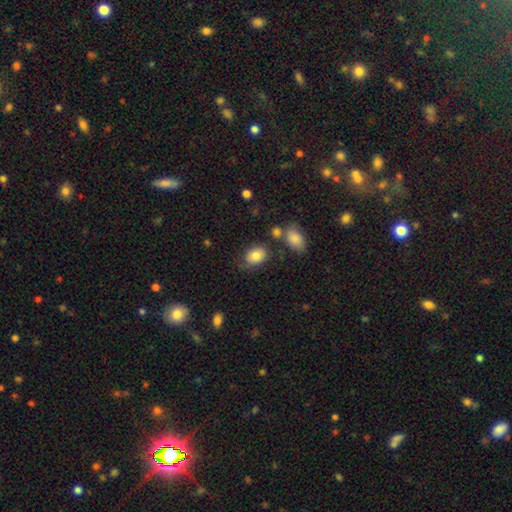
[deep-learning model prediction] A smooth galaxy with no disk features (82%) that is in between round and cigar-shaped (75%). Merging: none (67%).